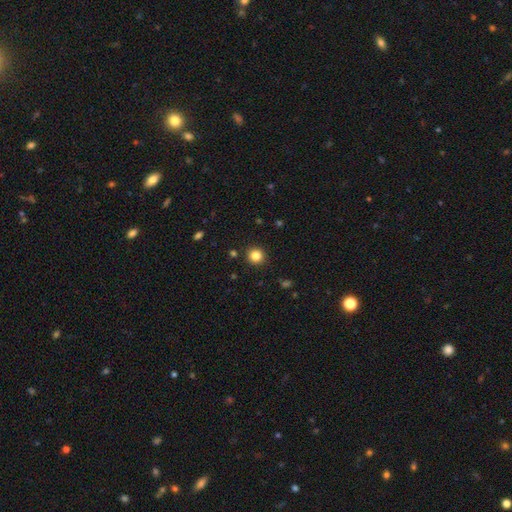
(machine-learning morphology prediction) Overall: smooth (83%). How rounded: round (92%). Merging: none (91%).